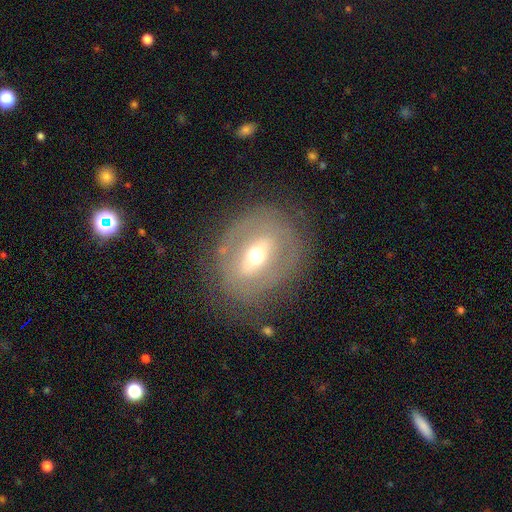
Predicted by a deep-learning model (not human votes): Morphology: type=featured or disk (63%); edge-on=no (88%); bar=strong (47%); spiral arms=no (73%); bulge=moderate (64%); merging=none (73%).